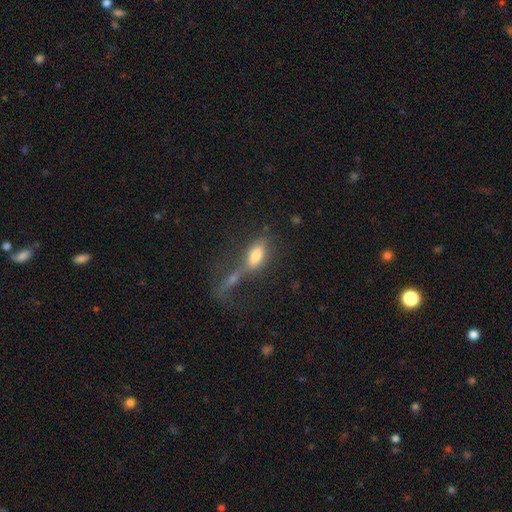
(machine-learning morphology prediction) Q: Smooth or featured?
A: smooth (65%); runner-up: featured or disk (24%)
Q: How rounded?
A: in between (72%); runner-up: cigar-shaped (24%)
Q: Merging?
A: merger (44%); runner-up: none (29%)